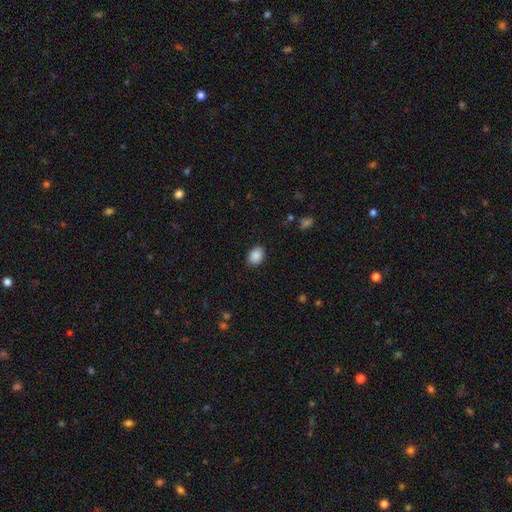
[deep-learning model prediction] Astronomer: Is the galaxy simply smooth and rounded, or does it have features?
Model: smooth — 89%.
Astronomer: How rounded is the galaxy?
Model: in between — 72%.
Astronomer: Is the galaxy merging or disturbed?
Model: none — 88%.